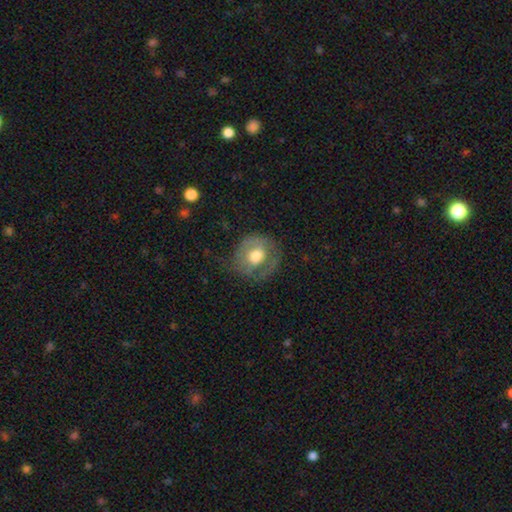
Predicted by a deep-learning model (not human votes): This is possibly a smooth galaxy (52%). How rounded: likely round (77%). Merging: possibly none (56%).